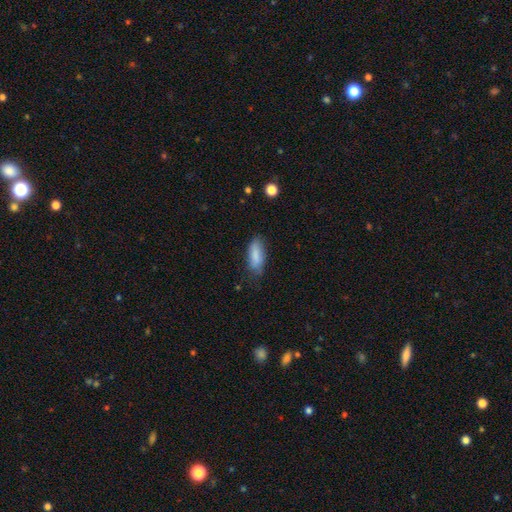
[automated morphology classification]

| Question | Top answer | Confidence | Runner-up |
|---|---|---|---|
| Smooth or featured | smooth | 84% | featured or disk (9%) |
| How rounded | in between | 69% | cigar-shaped (29%) |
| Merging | none | 70% | minor disturbance (23%) |